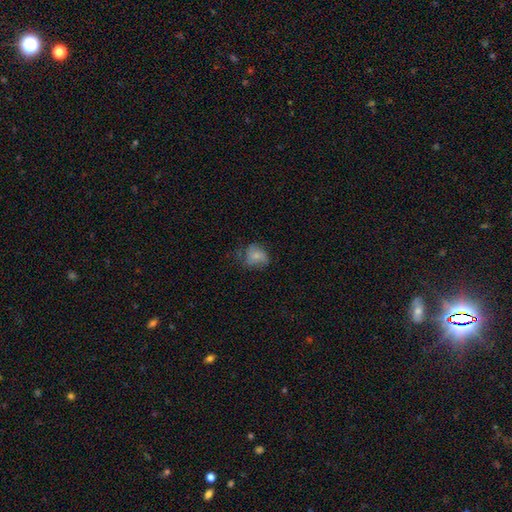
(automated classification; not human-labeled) A smooth galaxy with no disk features (68%) that is round (56%). Merging: none (48%).